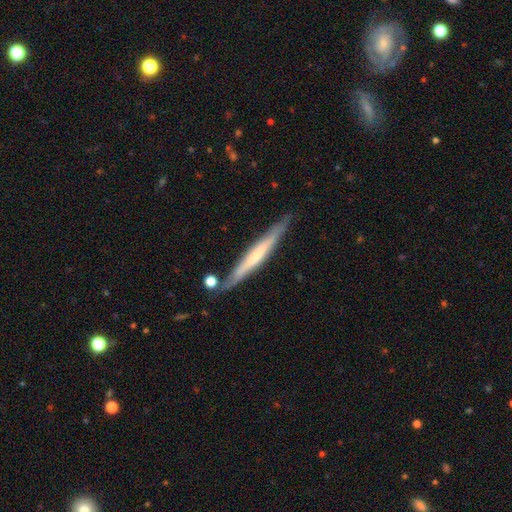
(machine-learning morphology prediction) smooth_or_featured: featured or disk (p=0.57) [alt: smooth p=0.37]
disk_edge_on: yes (p=0.95) [alt: no p=0.05]
edge_on_bulge: none (p=0.59) [alt: rounded p=0.30]
merging: none (p=0.82) [alt: minor disturbance p=0.11]